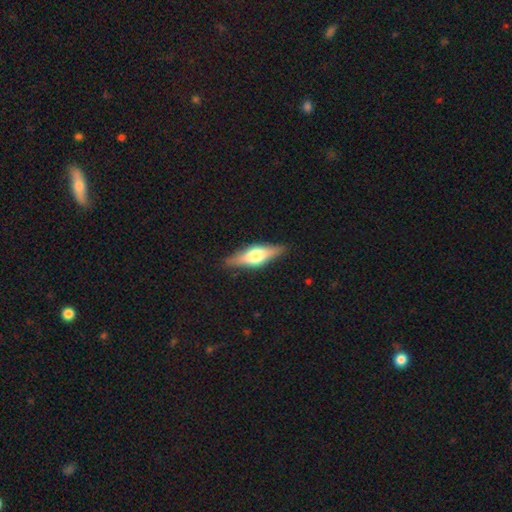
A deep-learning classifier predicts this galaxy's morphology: This appears to be a featured or disk galaxy (53%) viewed edge-on (91%). Merging: none (86%).